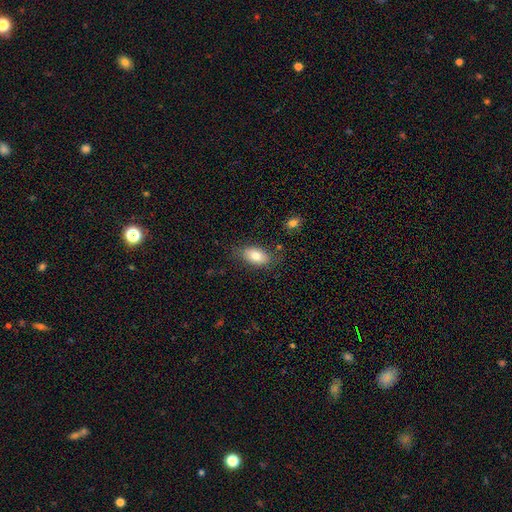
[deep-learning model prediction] Smooth or featured? Predicted: smooth (p=0.80). How rounded? Predicted: in between (p=0.91). Merging? Predicted: none (p=0.78).